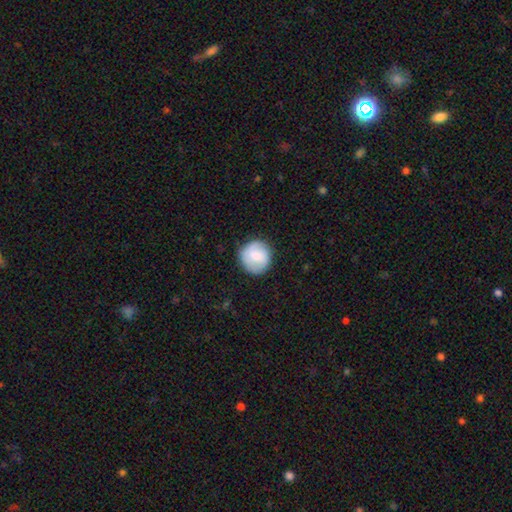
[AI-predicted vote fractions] smooth 75%, featured or disk 19%, star or artifact 6%. Down the decision tree: how rounded — round (91%); merging — none (81%).